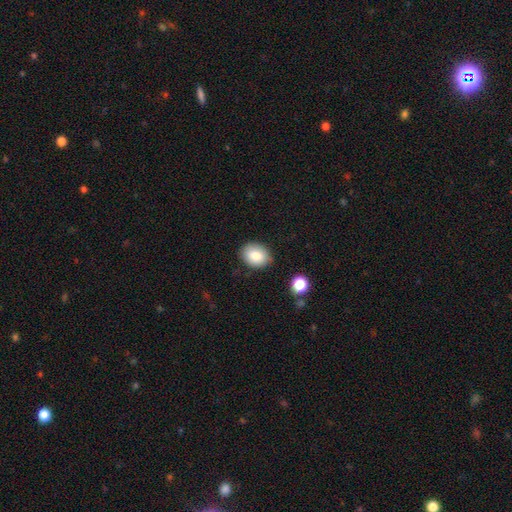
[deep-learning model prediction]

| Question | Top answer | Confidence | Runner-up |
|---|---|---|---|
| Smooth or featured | smooth | 82% | featured or disk (9%) |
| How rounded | round | 53% | in between (47%) |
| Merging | none | 83% | minor disturbance (12%) |